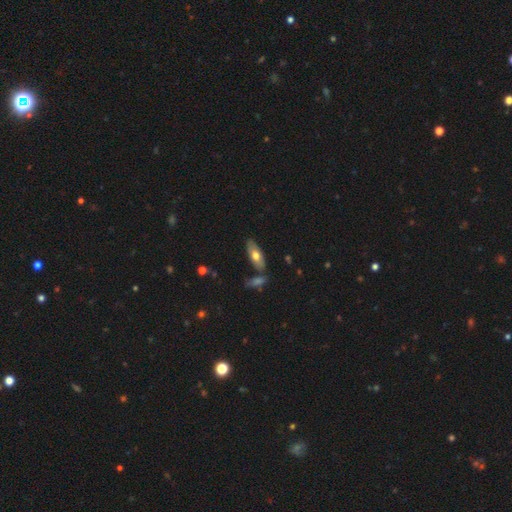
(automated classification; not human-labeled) Overall: smooth (61%; featured or disk 32%). How rounded: in between (74%). Merging: none (75%).